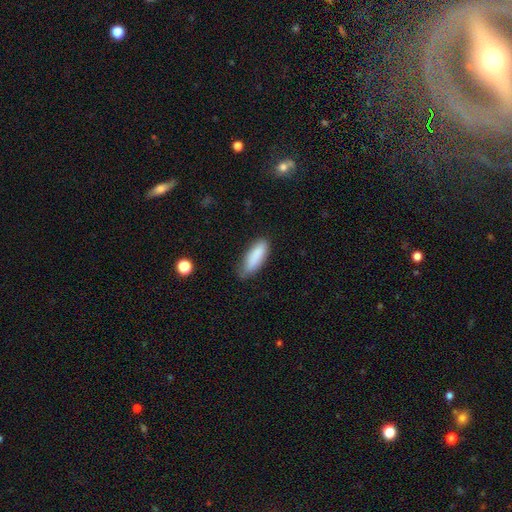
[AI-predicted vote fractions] A smooth galaxy with no disk features (87%) that is in between round and cigar-shaped (60%). Merging: none (66%).